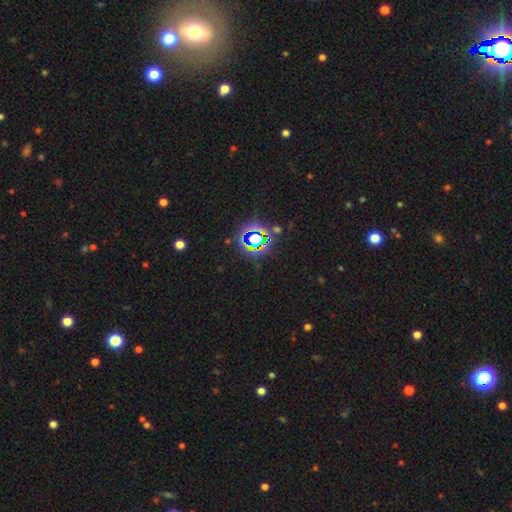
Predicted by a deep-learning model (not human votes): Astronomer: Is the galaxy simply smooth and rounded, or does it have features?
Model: star or artifact — 81%.